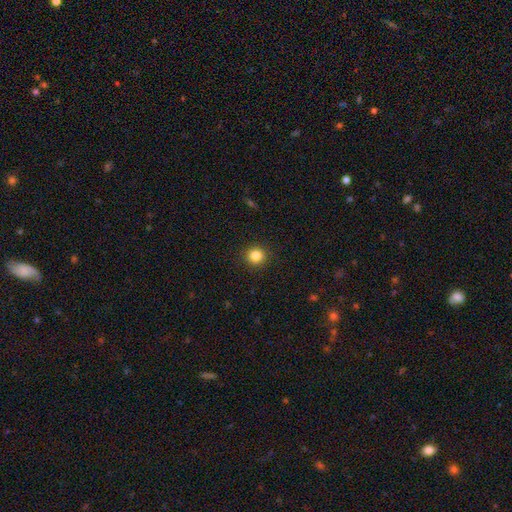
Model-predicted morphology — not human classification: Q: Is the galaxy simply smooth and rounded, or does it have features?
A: smooth — 84%.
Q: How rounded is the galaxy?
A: round — 93%.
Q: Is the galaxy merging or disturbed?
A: none — 92%.